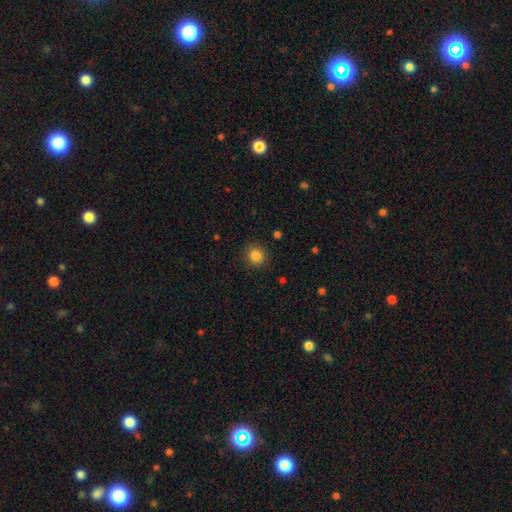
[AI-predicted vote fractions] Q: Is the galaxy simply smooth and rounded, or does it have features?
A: smooth — 85%.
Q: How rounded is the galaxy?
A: round — 90%.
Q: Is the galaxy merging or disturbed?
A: none — 90%.